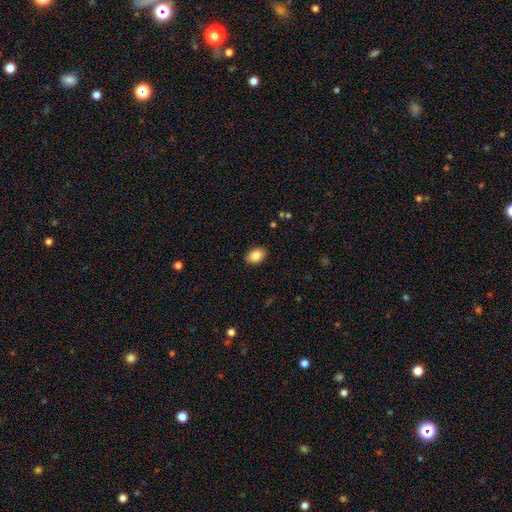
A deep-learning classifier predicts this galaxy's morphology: Smooth or featured?
  - smooth: 87% *
  - star or artifact: 8%
  - featured or disk: 6%
How rounded?
  - in between: 85% *
  - round: 13%
  - cigar-shaped: 1%
Merging?
  - none: 88% *
  - minor disturbance: 9%
  - major disturbance: 2%
  - merger: 1%